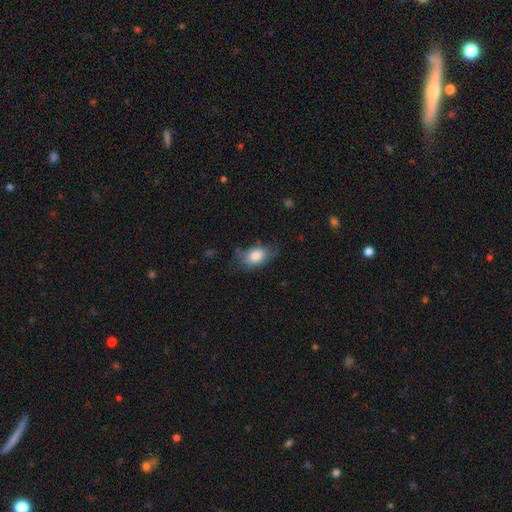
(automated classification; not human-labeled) smooth_or_featured: smooth (p=0.80) [alt: featured or disk p=0.12]
how_rounded: in between (p=0.87) [alt: round p=0.11]
merging: none (p=0.61) [alt: minor disturbance p=0.28]